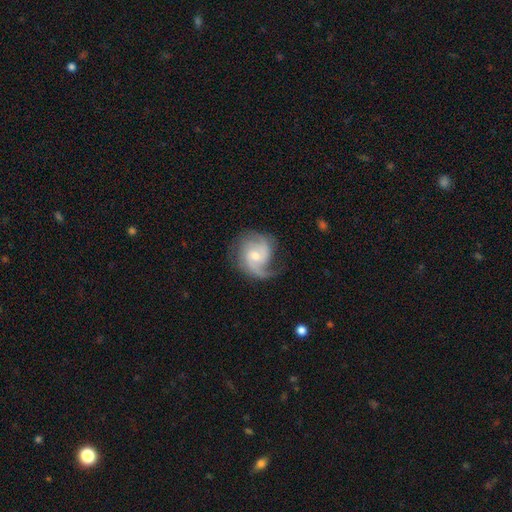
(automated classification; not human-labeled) Smooth or featured? Predicted: featured or disk (p=0.85). Edge-on disk? Predicted: no (p=0.98). Bar? Predicted: no (p=0.58). Spiral arms? Predicted: yes (p=0.97). Spiral winding? Predicted: medium (p=0.47). Spiral arm count? Predicted: 2 (p=0.53). Bulge size? Predicted: moderate (p=0.54). Merging? Predicted: none (p=0.64).